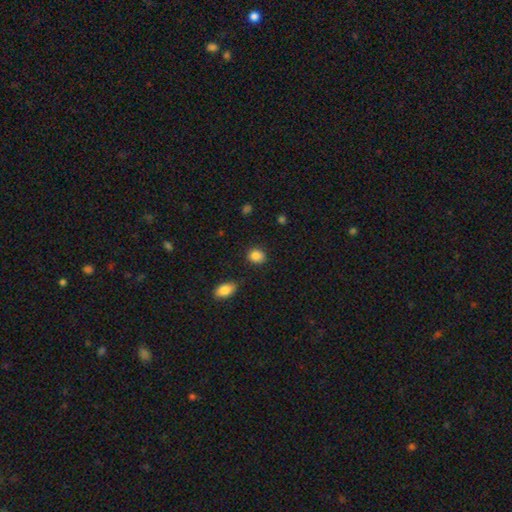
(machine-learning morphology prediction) Smooth or featured: smooth — 86% (star or artifact — 9%)
How rounded: round — 68% (in between — 31%)
Merging: none — 82% (minor disturbance — 12%)